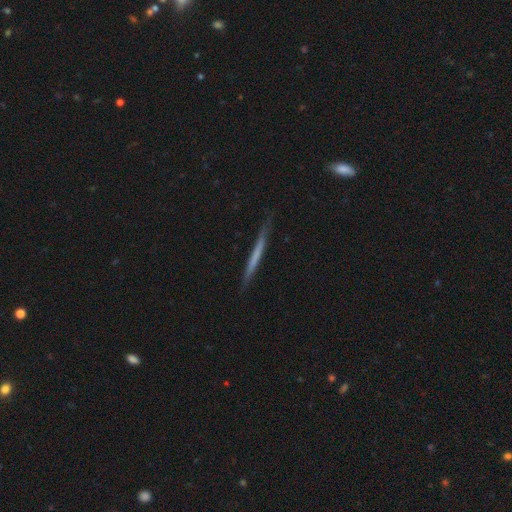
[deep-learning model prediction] The model was most divided on "smooth or featured": featured or disk: 48%, smooth: 46%, star or artifact: 6%. More confident: merging — none (84%).